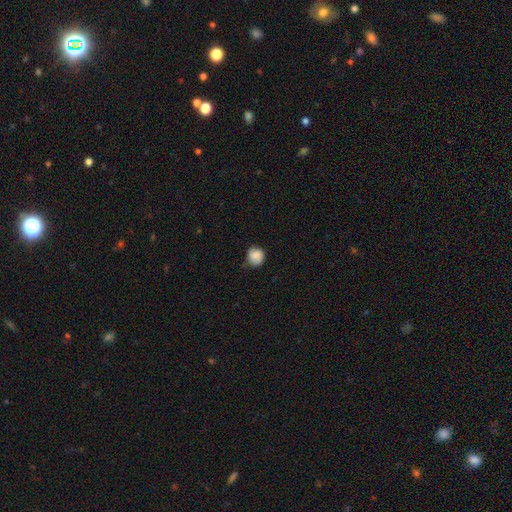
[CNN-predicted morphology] Q: Smooth or featured?
A: smooth (76%); runner-up: featured or disk (16%)
Q: How rounded?
A: round (81%); runner-up: in between (19%)
Q: Merging?
A: none (65%); runner-up: minor disturbance (27%)